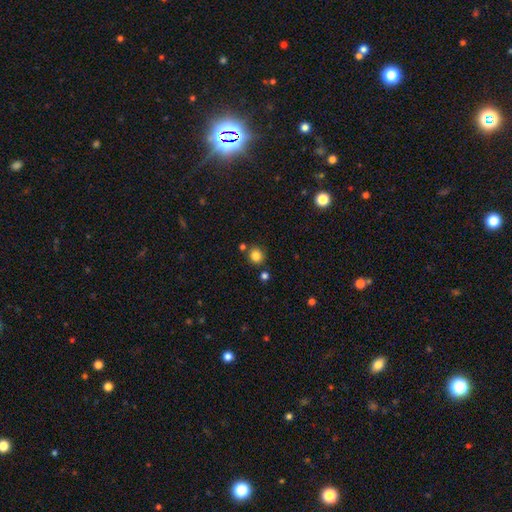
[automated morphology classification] Smooth or featured? smooth (83%)
How rounded? round (86%)
Merging? none (80%)